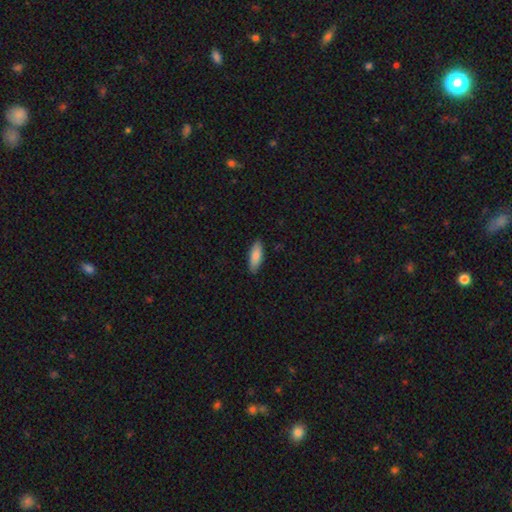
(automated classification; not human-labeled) Overall: smooth (85%). How rounded: in between (64%; cigar-shaped 34%). Merging: none (88%).